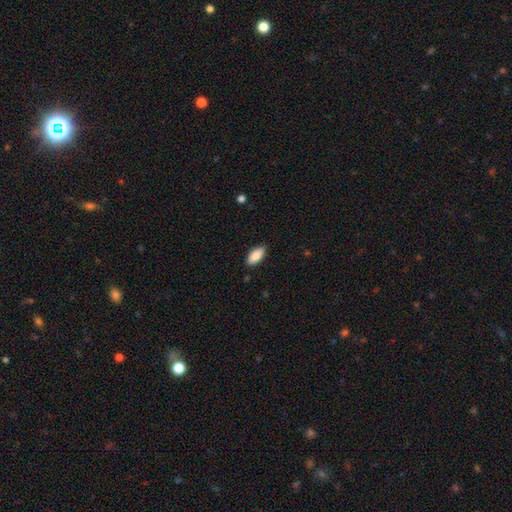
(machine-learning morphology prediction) This is clearly a smooth galaxy (88%). How rounded: clearly in between (90%). Merging: clearly none (87%).